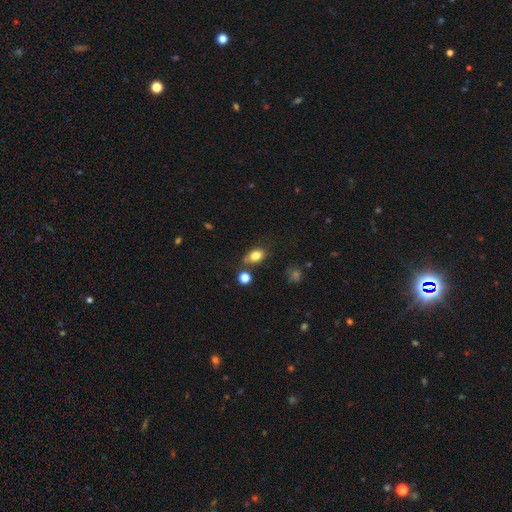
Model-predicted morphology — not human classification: Smooth or featured? smooth (80%)
How rounded? in between (78%)
Merging? none (64%)